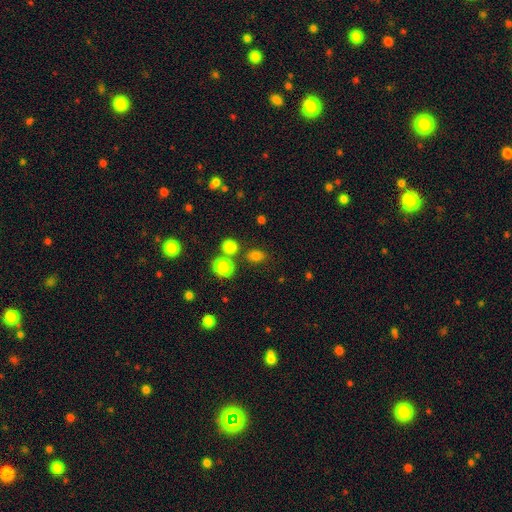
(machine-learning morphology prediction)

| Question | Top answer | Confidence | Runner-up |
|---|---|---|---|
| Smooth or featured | smooth | 79% | star or artifact (15%) |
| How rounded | in between | 53% | round (46%) |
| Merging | none | 72% | merger (13%) |